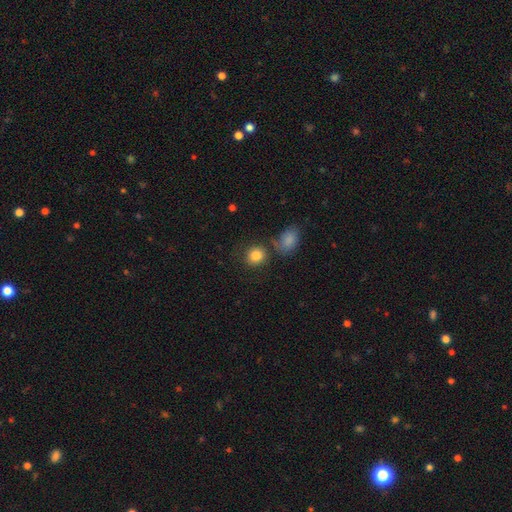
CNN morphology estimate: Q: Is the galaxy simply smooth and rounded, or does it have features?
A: smooth — 85%.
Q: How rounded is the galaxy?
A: round — 80%.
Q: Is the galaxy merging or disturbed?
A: none — 71%.